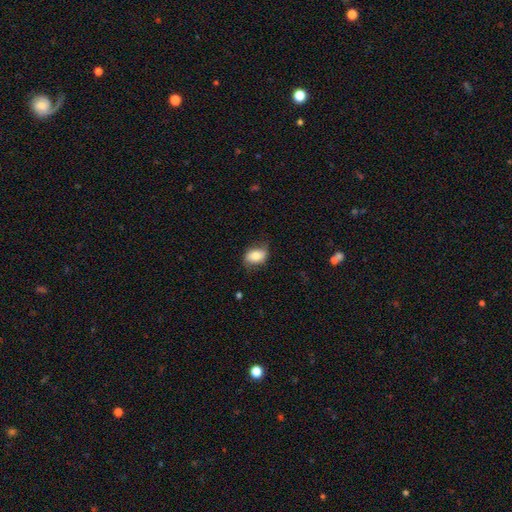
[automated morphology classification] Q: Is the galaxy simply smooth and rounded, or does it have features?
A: smooth — 71%.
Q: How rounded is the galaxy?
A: in between — 81%.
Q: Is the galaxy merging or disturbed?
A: none — 71%.